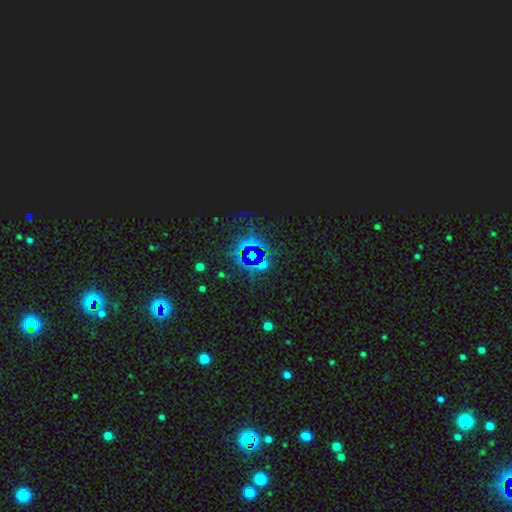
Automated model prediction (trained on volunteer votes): star or artifact 82%, smooth 10%, featured or disk 9%.